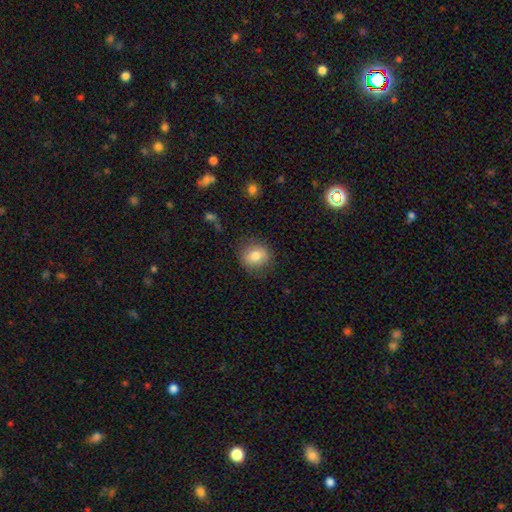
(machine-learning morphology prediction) Smooth or featured? Predicted: smooth (p=0.78). How rounded? Predicted: round (p=0.77). Merging? Predicted: none (p=0.81).